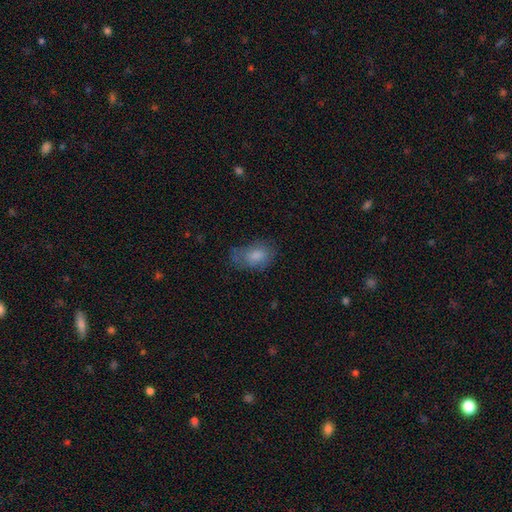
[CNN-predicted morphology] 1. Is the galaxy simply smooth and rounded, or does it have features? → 77% smooth, 15% featured or disk, 8% star or artifact.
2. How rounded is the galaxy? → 87% in between, 12% round, 2% cigar-shaped.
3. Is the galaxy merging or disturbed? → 55% none, 29% minor disturbance, 14% major disturbance, 2% merger.